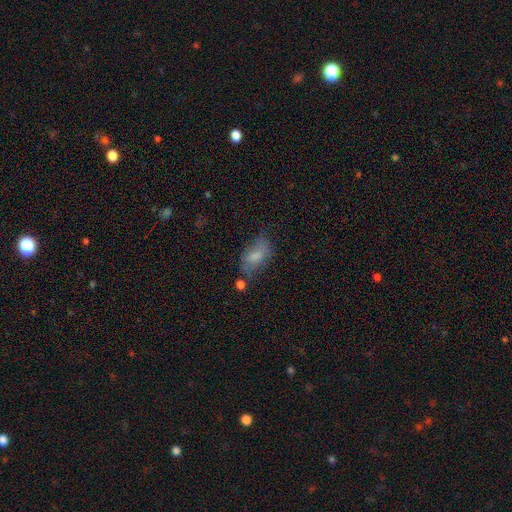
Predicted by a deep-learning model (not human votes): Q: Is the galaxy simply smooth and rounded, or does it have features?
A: smooth — 69%.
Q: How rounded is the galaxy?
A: in between — 89%.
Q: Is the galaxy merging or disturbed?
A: none — 50%.